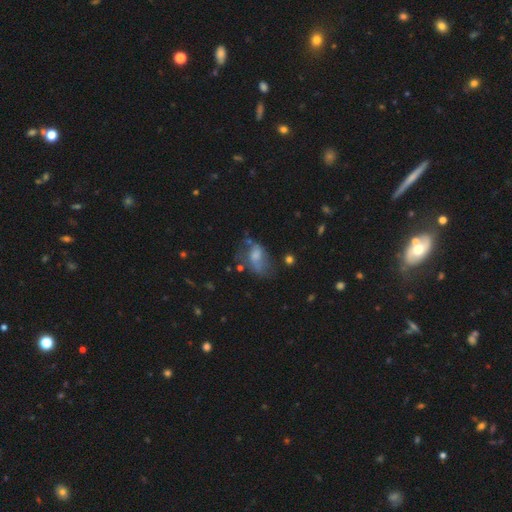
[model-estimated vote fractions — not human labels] Overall: smooth (51%; featured or disk 38%). How rounded: in between (85%). Merging: none (34%; major disturbance 32%).